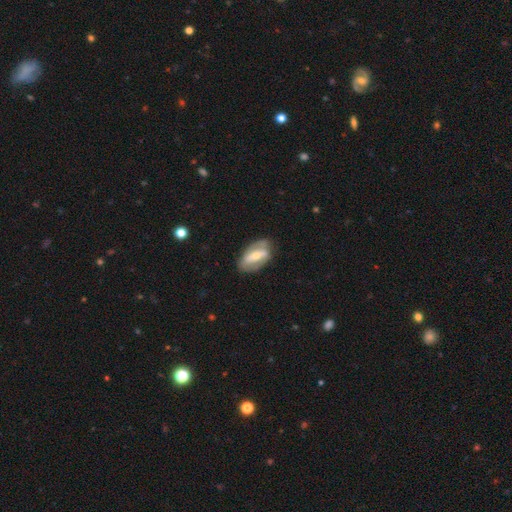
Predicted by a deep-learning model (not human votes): This appears to be a featured or disk galaxy (66%) with a strong bar (56%), spiral arms (61%) and a moderate central bulge (49%). Merging: none (72%).